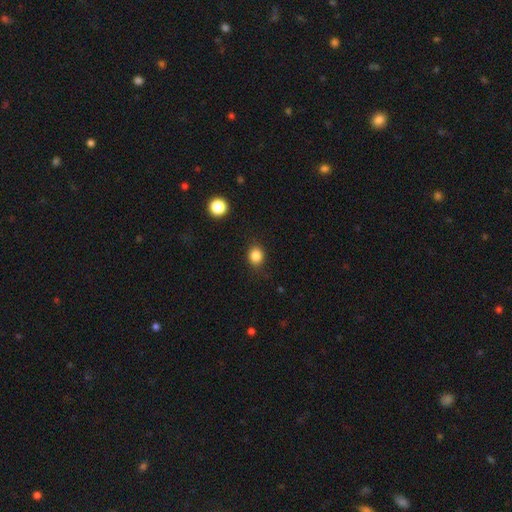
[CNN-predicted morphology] Smooth or featured: smooth — 85% (star or artifact — 11%)
How rounded: round — 67% (in between — 32%)
Merging: none — 83% (minor disturbance — 12%)